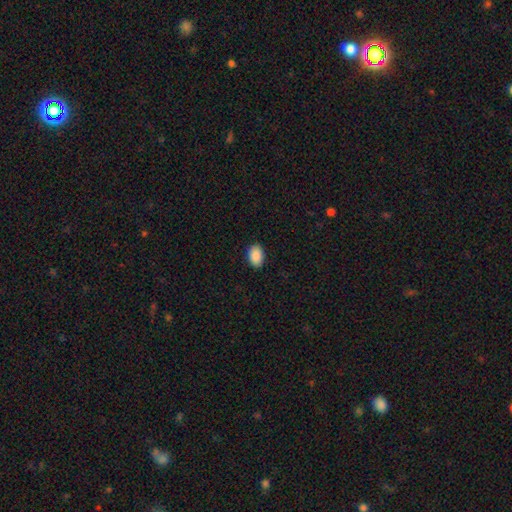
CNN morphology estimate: Overall: smooth (90%). How rounded: in between (88%). Merging: none (89%).